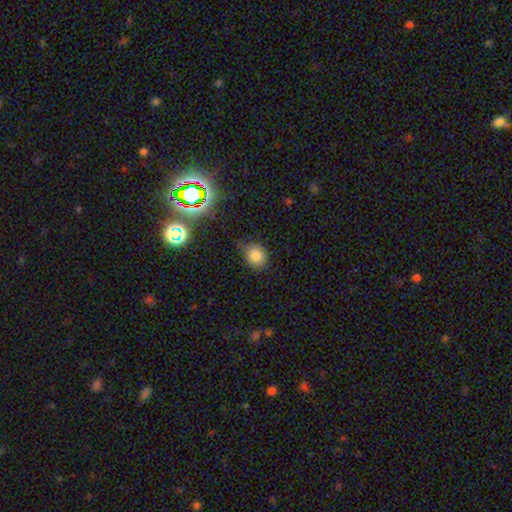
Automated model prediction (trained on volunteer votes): The model was most divided on "how rounded": round: 62%, in between: 37%, cigar-shaped: 1%. More confident: smooth or featured — smooth (79%); merging — none (76%).